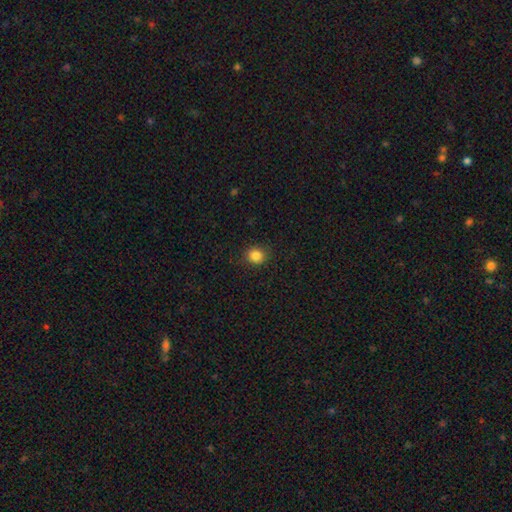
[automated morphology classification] This appears to be a smooth galaxy with no disk features (84%) that is round (88%). Merging: none (89%).